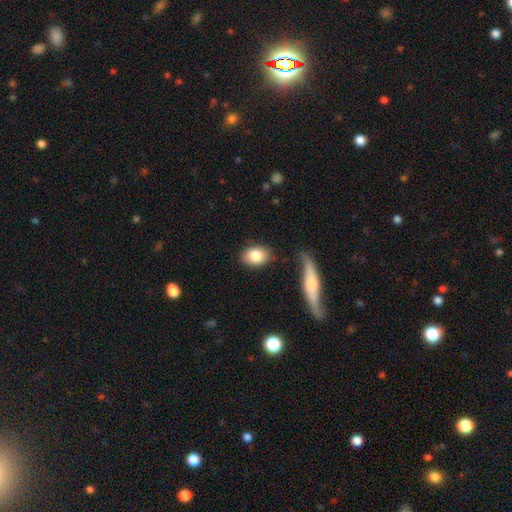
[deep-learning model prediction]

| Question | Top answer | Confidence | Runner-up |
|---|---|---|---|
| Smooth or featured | smooth | 83% | featured or disk (10%) |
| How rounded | in between | 75% | round (23%) |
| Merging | none | 80% | minor disturbance (12%) |